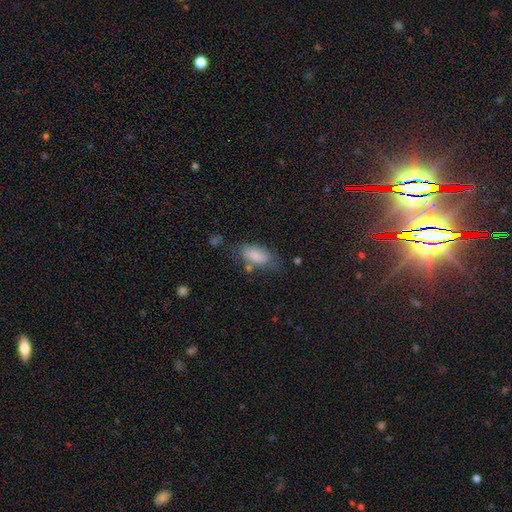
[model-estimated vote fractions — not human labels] This appears to be a smooth galaxy with no disk features (75%) that is in between round and cigar-shaped (90%). Merging: none (54%).